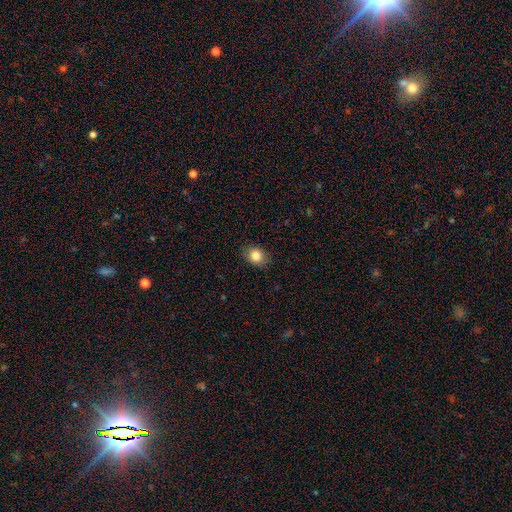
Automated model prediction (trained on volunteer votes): smooth_or_featured: smooth (p=0.85) [alt: star or artifact p=0.09]
how_rounded: round (p=0.54) [alt: in between p=0.45]
merging: none (p=0.85) [alt: minor disturbance p=0.11]